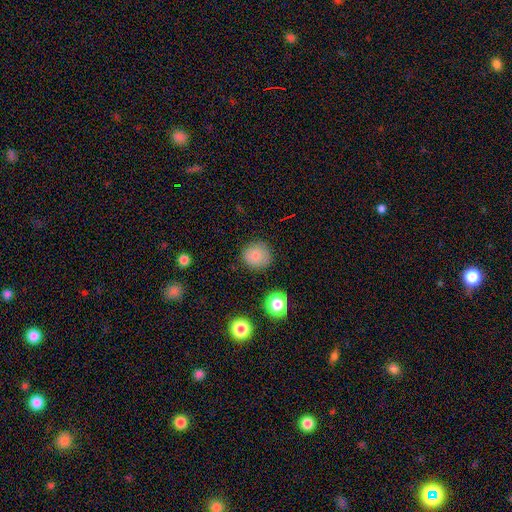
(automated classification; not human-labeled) Morphology: type=smooth (82%); roundness=round (90%); merging=none (87%).